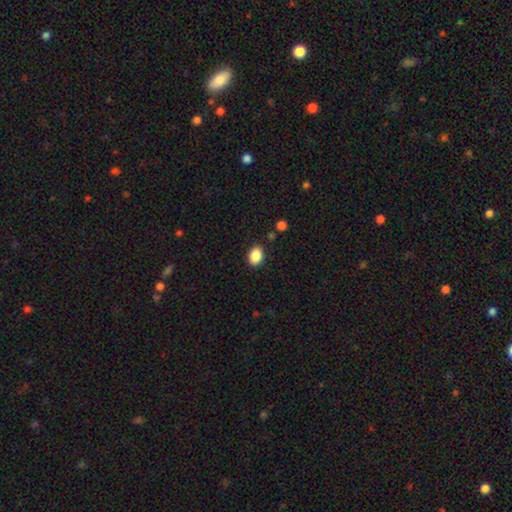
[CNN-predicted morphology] smooth_or_featured: smooth (p=0.88) [alt: star or artifact p=0.09]
how_rounded: in between (p=0.72) [alt: round p=0.27]
merging: none (p=0.86) [alt: minor disturbance p=0.09]